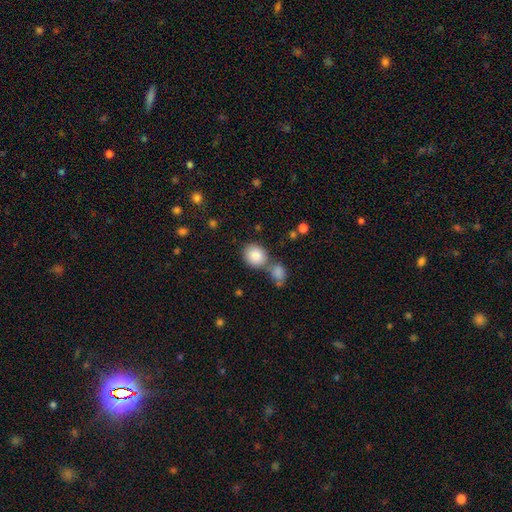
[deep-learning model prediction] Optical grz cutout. It shows a smooth galaxy with no disk features (87%) that is round (66%). Merging: none (55%).